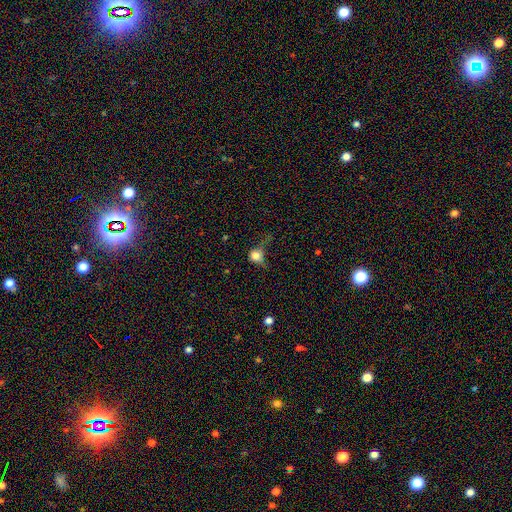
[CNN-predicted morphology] This is likely a smooth galaxy (74%). How rounded: likely round (72%). Merging: marginally major disturbance (37%).